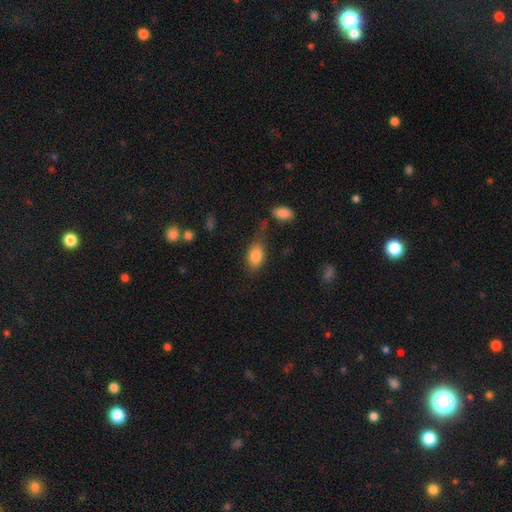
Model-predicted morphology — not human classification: This is clearly a smooth galaxy (83%). How rounded: clearly in between (87%). Merging: possibly none (59%).